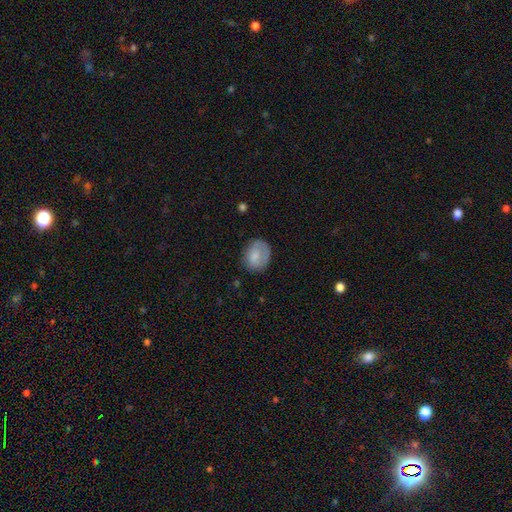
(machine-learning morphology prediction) The model was most divided on "how rounded": in between: 50%, round: 49%, cigar-shaped: 1%. More confident: smooth or featured — smooth (74%); merging — none (63%).